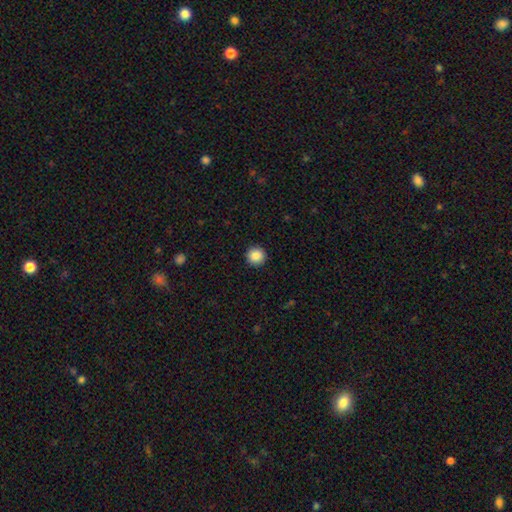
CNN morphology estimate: A smooth galaxy with no disk features (88%) that is round (95%). Merging: none (93%).